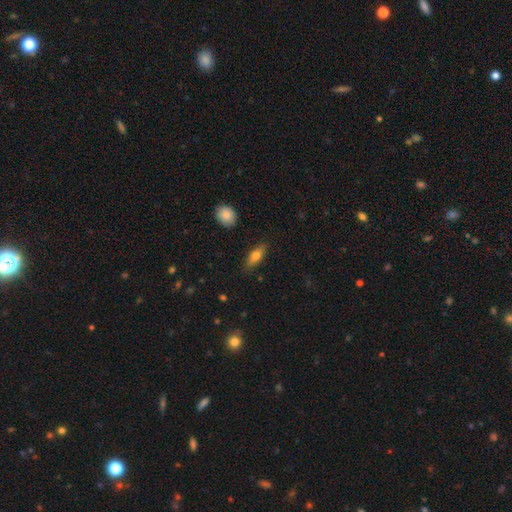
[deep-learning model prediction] smooth_or_featured: smooth (p=0.73) [alt: featured or disk p=0.20]
how_rounded: in between (p=0.68) [alt: cigar-shaped p=0.28]
merging: none (p=0.82) [alt: minor disturbance p=0.13]